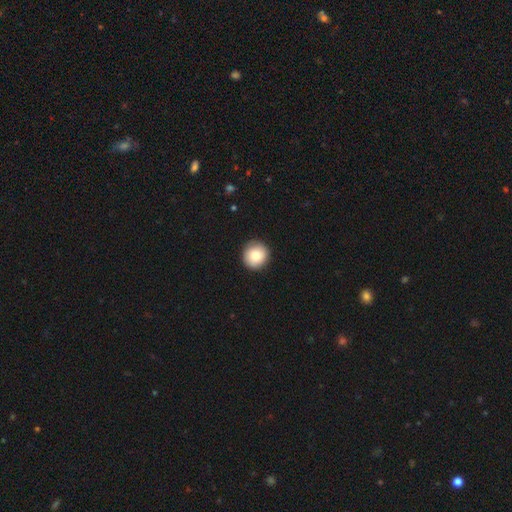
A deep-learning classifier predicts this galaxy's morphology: A smooth galaxy with no disk features (84%) that is round (94%). Merging: none (90%).